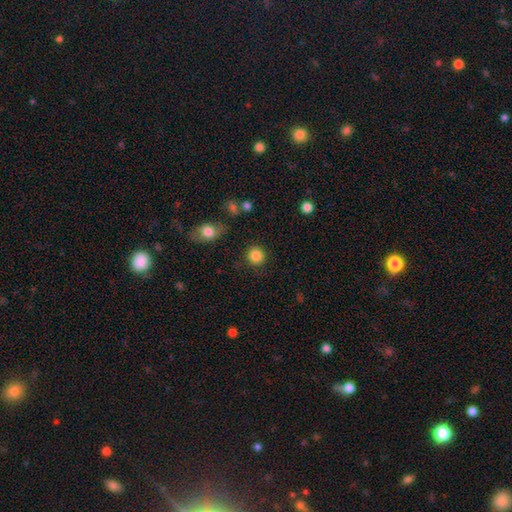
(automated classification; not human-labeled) Morphology: type=smooth (86%); roundness=round (92%); merging=none (88%).